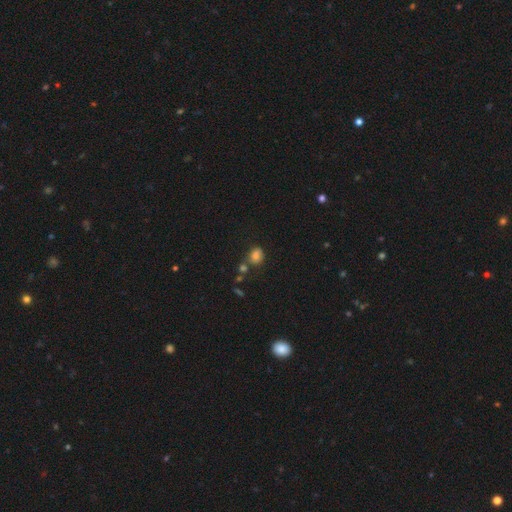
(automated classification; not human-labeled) smooth 78%, star or artifact 14%, featured or disk 8%. Down the decision tree: how rounded — round (55%); merging — none (60%).